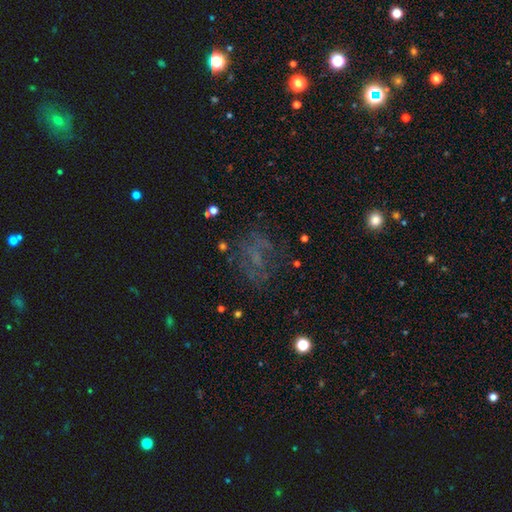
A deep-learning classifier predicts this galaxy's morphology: featured or disk 43%, smooth 29%, star or artifact 28%. Down the decision tree: merging — none (57%).